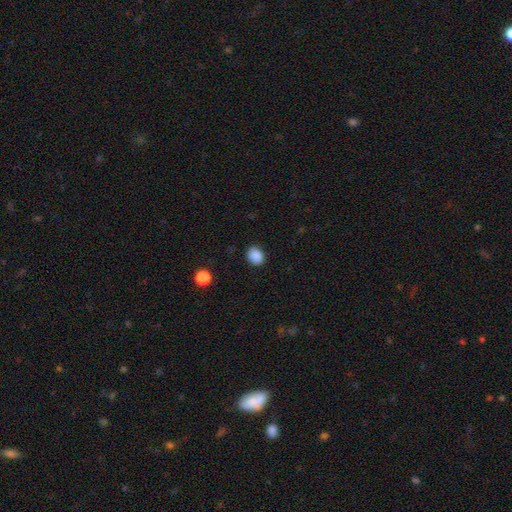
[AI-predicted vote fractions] A smooth galaxy with no disk features (87%) that is round (54%). Merging: none (87%).